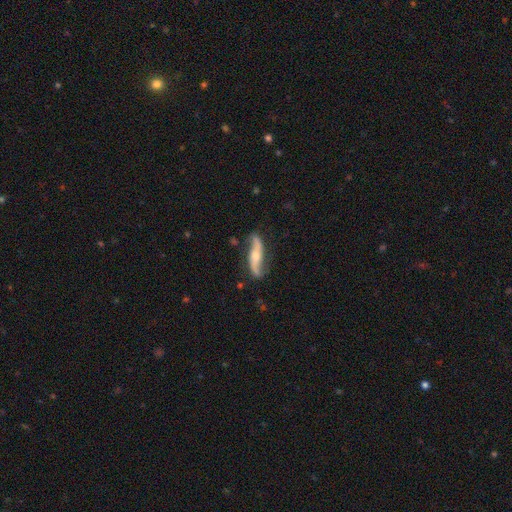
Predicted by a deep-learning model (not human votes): Q: Smooth or featured?
A: featured or disk (78%); runner-up: smooth (17%)
Q: Edge-on disk?
A: no (73%); runner-up: yes (27%)
Q: Bar?
A: no (55%); runner-up: weak (25%)
Q: Spiral arms?
A: yes (93%); runner-up: no (7%)
Q: Spiral winding?
A: loose (81%); runner-up: medium (14%)
Q: Spiral arm count?
A: 2 (92%); runner-up: can't tell (3%)
Q: Bulge size?
A: moderate (60%); runner-up: small (30%)
Q: Merging?
A: none (77%); runner-up: minor disturbance (16%)